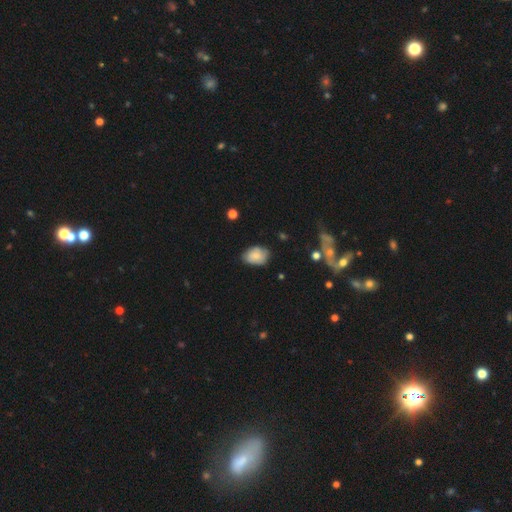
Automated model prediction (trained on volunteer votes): Smooth or featured?
  - smooth: 74% *
  - featured or disk: 18%
  - star or artifact: 8%
How rounded?
  - in between: 82% *
  - round: 17%
  - cigar-shaped: 1%
Merging?
  - none: 67% *
  - minor disturbance: 27%
  - major disturbance: 5%
  - merger: 2%